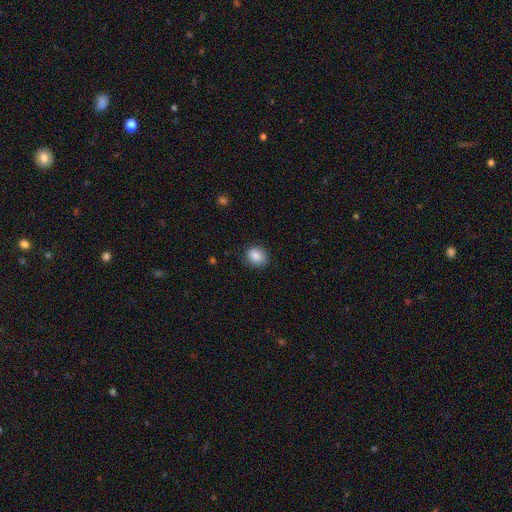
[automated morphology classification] Overall: smooth (87%). How rounded: round (57%; in between 42%). Merging: none (81%).